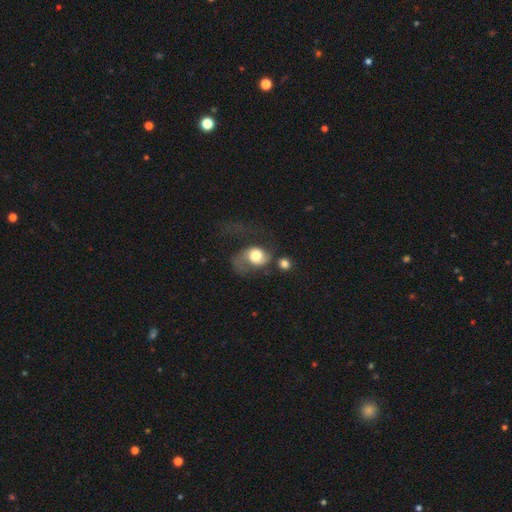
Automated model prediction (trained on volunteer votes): Morphology: type=smooth (51%); roundness=round (55%); merging=major disturbance (49%).